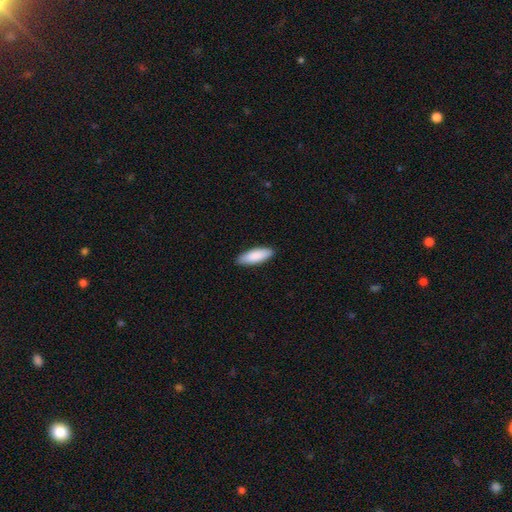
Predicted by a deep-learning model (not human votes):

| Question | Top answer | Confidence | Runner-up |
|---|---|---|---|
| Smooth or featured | smooth | 89% | featured or disk (6%) |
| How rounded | in between | 64% | cigar-shaped (35%) |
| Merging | none | 89% | minor disturbance (8%) |